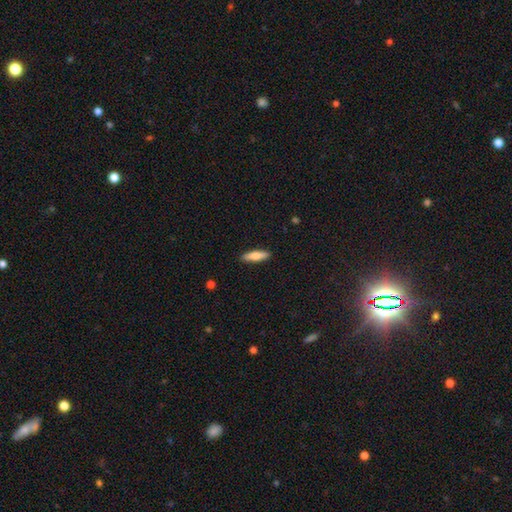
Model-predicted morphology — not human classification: smooth 72%, featured or disk 22%, star or artifact 6%. Down the decision tree: how rounded — cigar-shaped (69%); merging — none (90%).